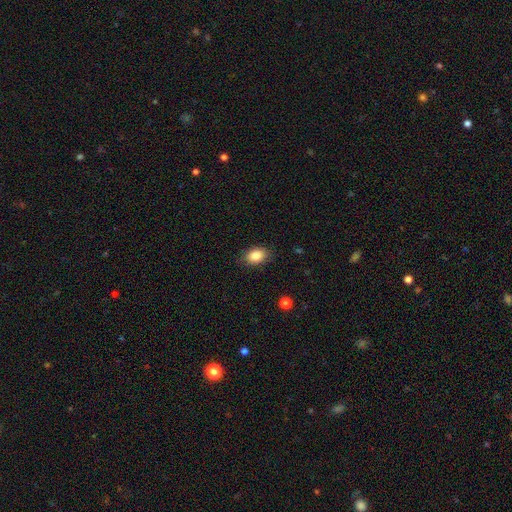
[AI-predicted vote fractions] Morphology: type=smooth (86%); roundness=in between (83%); merging=none (84%).